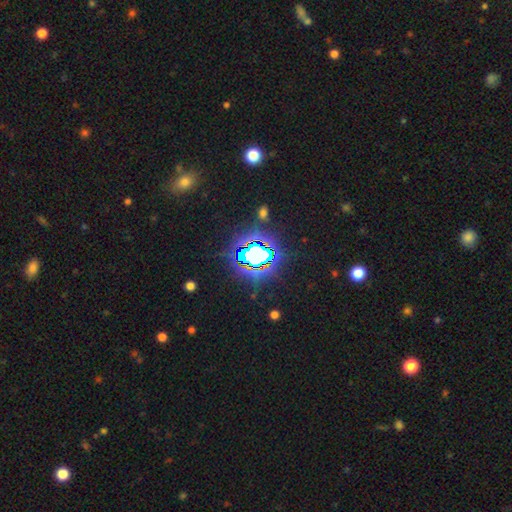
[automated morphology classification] Smooth or featured: star or artifact — 71% (smooth — 17%)